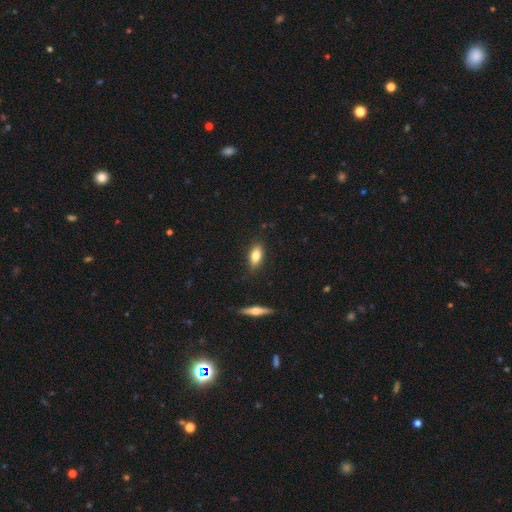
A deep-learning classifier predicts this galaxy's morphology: A smooth galaxy with no disk features (76%) that is in between round and cigar-shaped (80%). Merging: none (85%).